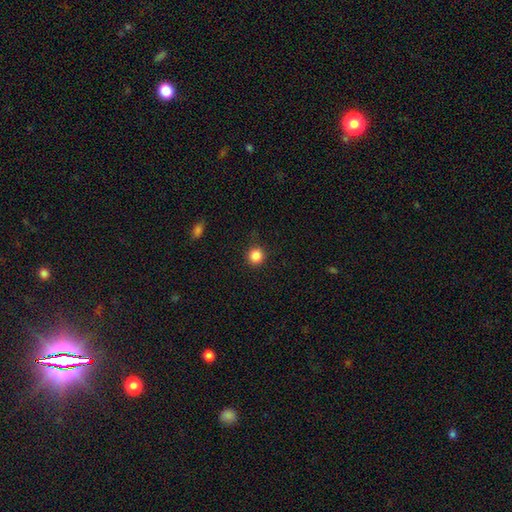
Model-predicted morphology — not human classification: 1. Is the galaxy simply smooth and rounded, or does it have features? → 86% smooth, 11% star or artifact, 4% featured or disk.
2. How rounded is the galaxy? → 94% round, 5% in between, 1% cigar-shaped.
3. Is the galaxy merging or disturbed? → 88% none, 8% minor disturbance, 3% major disturbance, 1% merger.